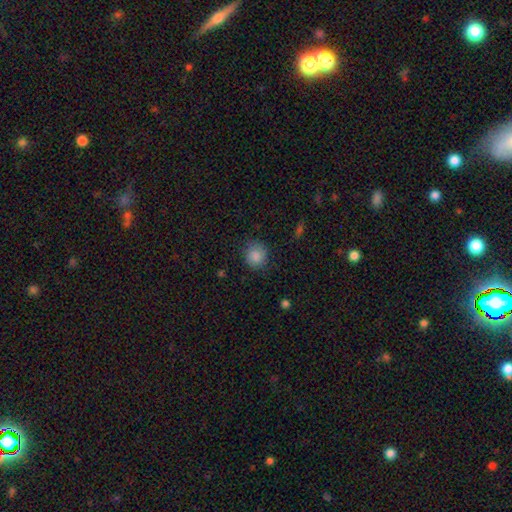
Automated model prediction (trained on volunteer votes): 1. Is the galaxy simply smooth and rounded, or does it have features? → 86% smooth, 9% star or artifact, 6% featured or disk.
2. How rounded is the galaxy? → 81% round, 18% in between, 1% cigar-shaped.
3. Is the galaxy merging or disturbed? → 78% none, 16% minor disturbance, 4% major disturbance, 1% merger.